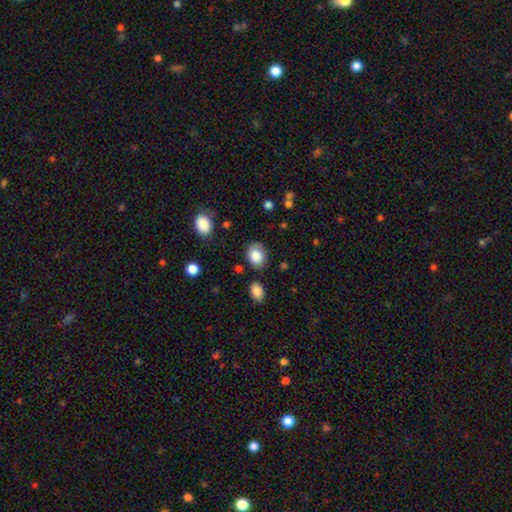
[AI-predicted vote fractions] smooth-or-featured: smooth: 84% | featured or disk: 8% | star or artifact: 8%
  how-rounded: in between: 65% | round: 34% | cigar-shaped: 1%
  merging: none: 72% | minor disturbance: 19% | major disturbance: 5% | merger: 4%